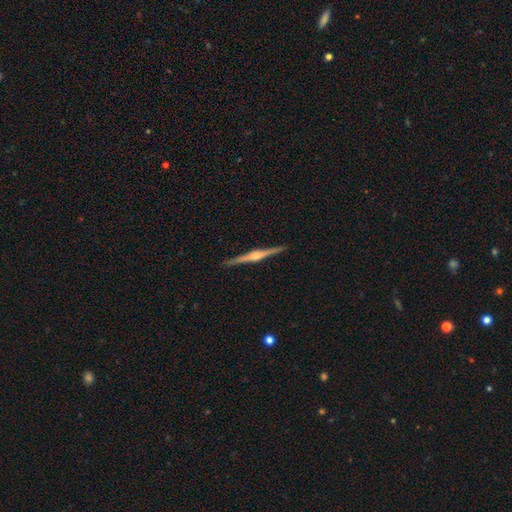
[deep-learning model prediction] smooth-or-featured: featured or disk: 84% | smooth: 11% | star or artifact: 5%
  disk-edge-on: yes: 99% | no: 1%
    edge-on-bulge: rounded: 86% | boxy: 9% | none: 5%
  merging: none: 93% | minor disturbance: 5% | major disturbance: 1% | merger: 1%